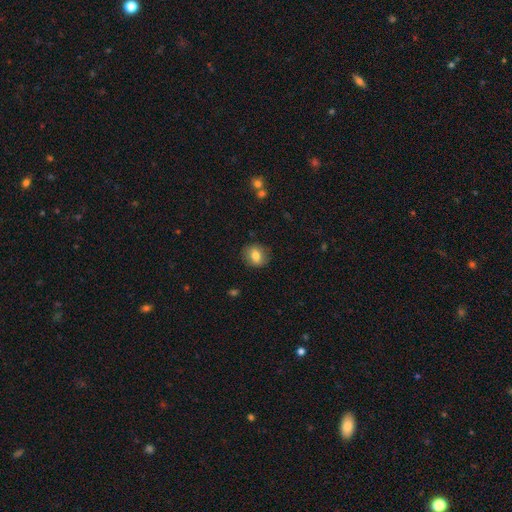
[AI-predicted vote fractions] A smooth galaxy with no disk features (74%) that is round (70%). Merging: none (85%).